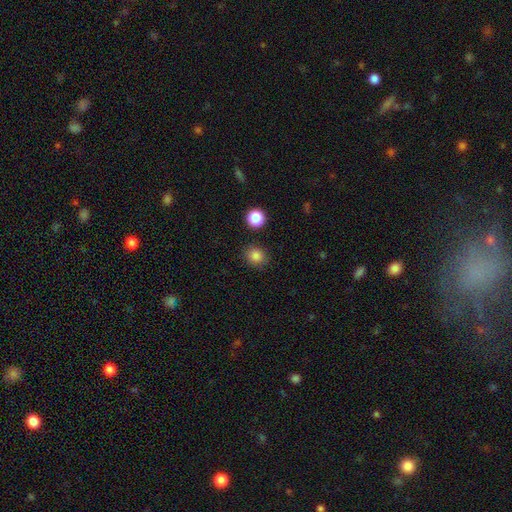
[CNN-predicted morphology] The model was most divided on "how rounded": round: 80%, in between: 19%, cigar-shaped: 1%. More confident: merging — none (87%); smooth or featured — smooth (84%).